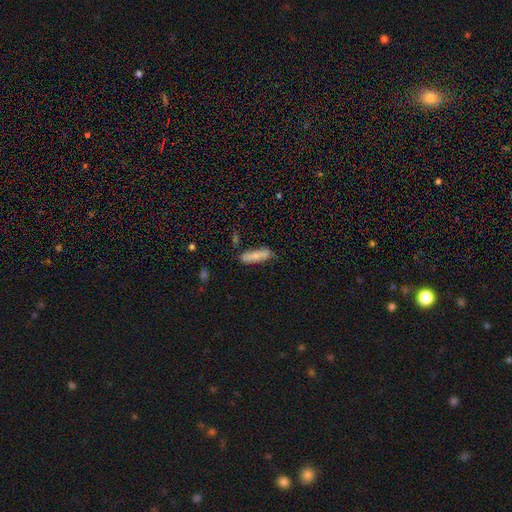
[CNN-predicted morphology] A smooth galaxy with no disk features (77%) that is cigar-shaped (62%).

Vote fractions:
- Smooth or featured? smooth: 77% / featured or disk: 17% / star or artifact: 7%
- How rounded? cigar-shaped: 62% / in between: 36% / round: 2%
- Merging? none: 72% / minor disturbance: 19% / merger: 5% / major disturbance: 4%